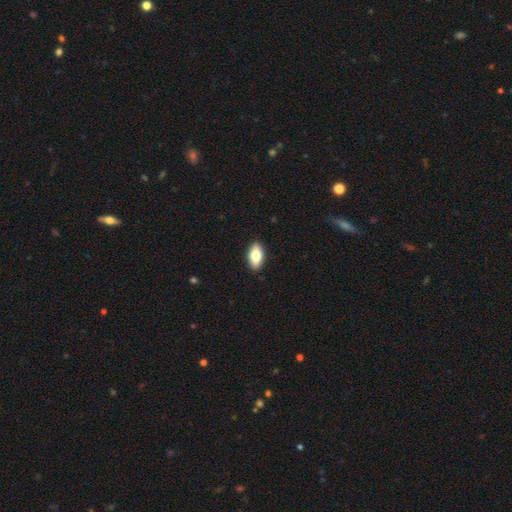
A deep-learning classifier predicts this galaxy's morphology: A smooth galaxy with no disk features (73%) that is in between round and cigar-shaped (87%). Merging: none (90%).